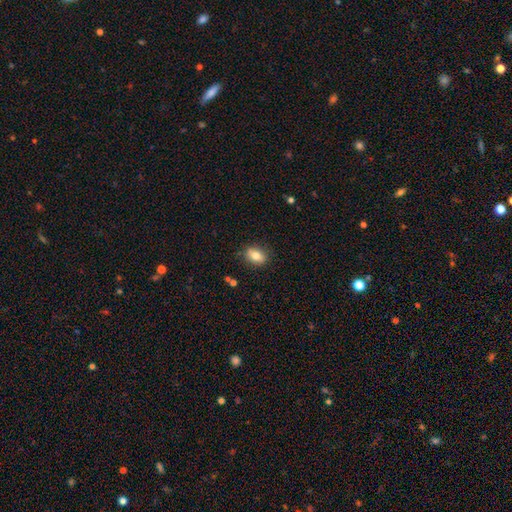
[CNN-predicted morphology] The model was most divided on "how rounded": in between: 73%, round: 24%, cigar-shaped: 3%. More confident: merging — none (85%); smooth or featured — smooth (77%).